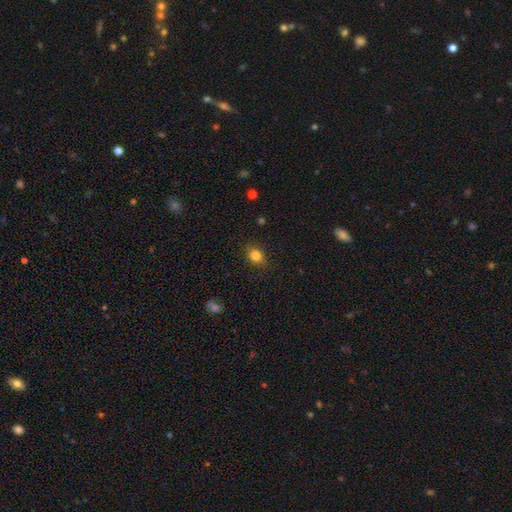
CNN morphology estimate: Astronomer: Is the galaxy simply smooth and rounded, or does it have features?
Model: smooth — 82%.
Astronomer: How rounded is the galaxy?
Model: round — 50% (runner-up: in between, 48%).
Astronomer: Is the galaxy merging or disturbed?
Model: none — 84%.